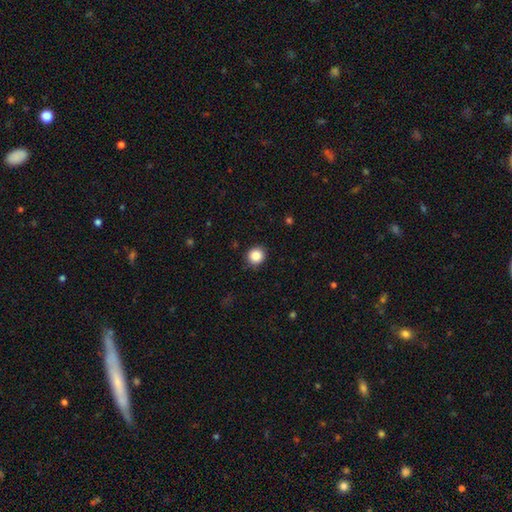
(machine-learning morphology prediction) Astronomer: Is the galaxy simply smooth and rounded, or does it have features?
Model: smooth — 87%.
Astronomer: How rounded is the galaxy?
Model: round — 91%.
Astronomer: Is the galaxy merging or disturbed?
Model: none — 90%.